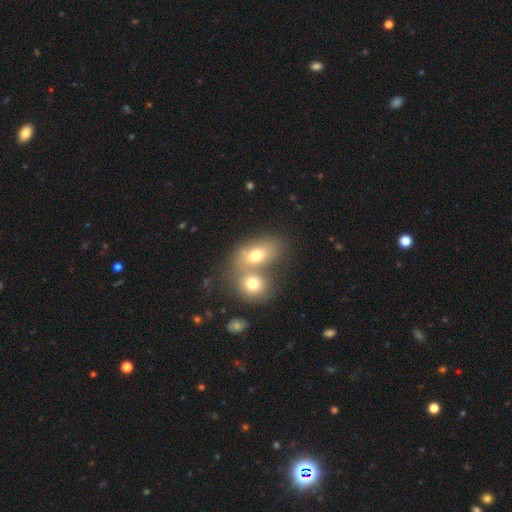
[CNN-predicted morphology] smooth_or_featured: smooth (p=0.70) [alt: featured or disk p=0.20]
how_rounded: in between (p=0.69) [alt: round p=0.29]
merging: merger (p=0.60) [alt: none p=0.28]